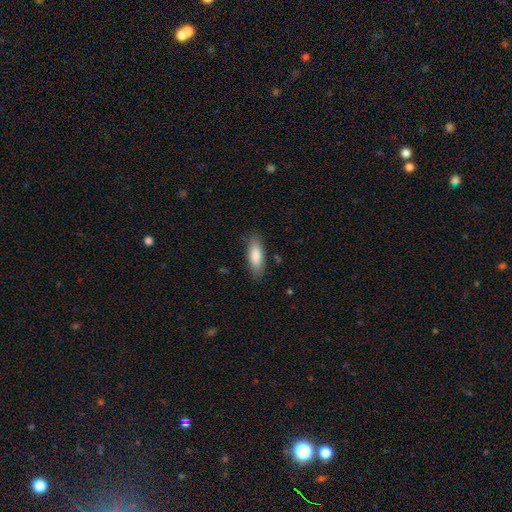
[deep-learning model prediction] Smooth or featured? Predicted: smooth (p=0.84). How rounded? Predicted: in between (p=0.67). Merging? Predicted: none (p=0.82).